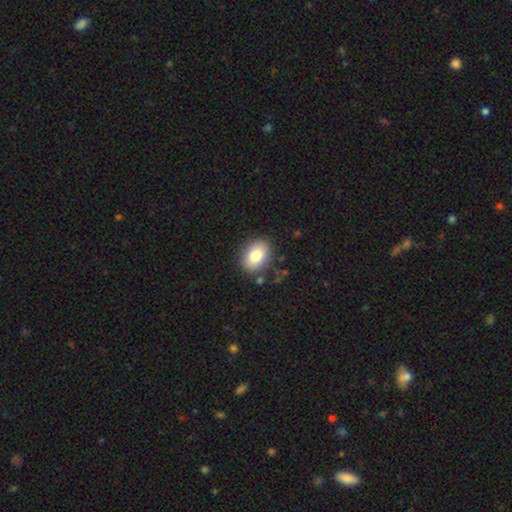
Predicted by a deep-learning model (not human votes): smooth-or-featured: smooth: 80% | featured or disk: 11% | star or artifact: 8%
  how-rounded: in between: 72% | round: 26% | cigar-shaped: 1%
  merging: none: 85% | minor disturbance: 9% | major disturbance: 3% | merger: 2%